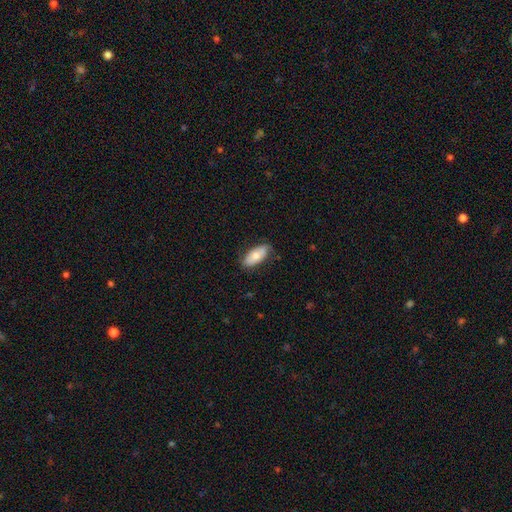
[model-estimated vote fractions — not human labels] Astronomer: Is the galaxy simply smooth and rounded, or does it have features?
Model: smooth — 68%.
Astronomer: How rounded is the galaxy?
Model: in between — 89%.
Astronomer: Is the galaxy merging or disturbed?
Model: none — 73%.